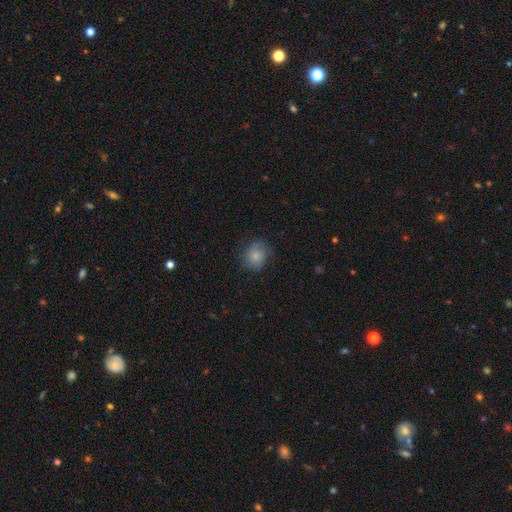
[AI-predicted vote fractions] This is clearly a smooth galaxy (83%). How rounded: likely round (73%). Merging: likely none (76%).